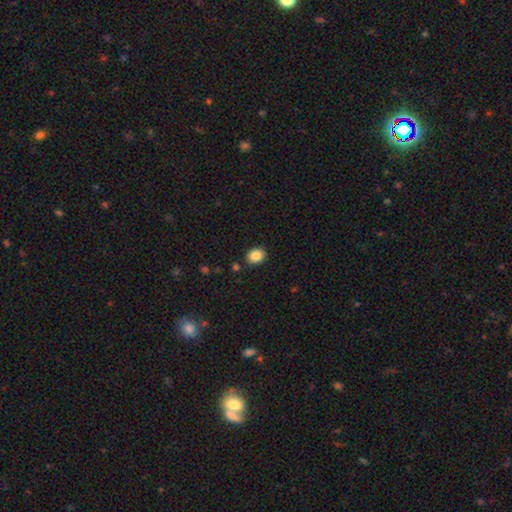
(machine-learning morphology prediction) smooth 86%, star or artifact 9%, featured or disk 5%. Down the decision tree: how rounded — round (53%); merging — none (88%).